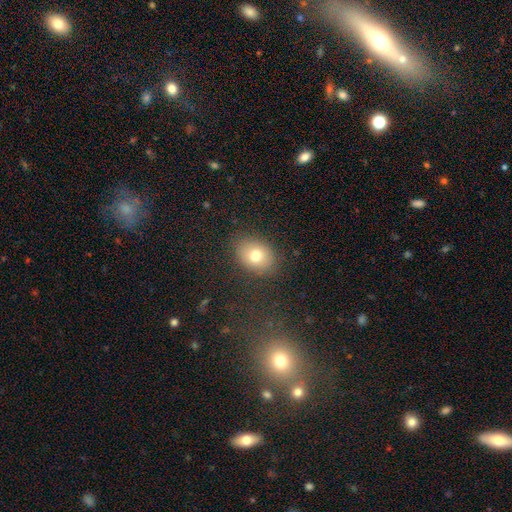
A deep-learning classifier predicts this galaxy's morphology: Smooth or featured?
  - smooth: 74% *
  - featured or disk: 14%
  - star or artifact: 12%
How rounded?
  - in between: 58% *
  - round: 41%
  - cigar-shaped: 1%
Merging?
  - none: 85% *
  - minor disturbance: 10%
  - major disturbance: 4%
  - merger: 1%